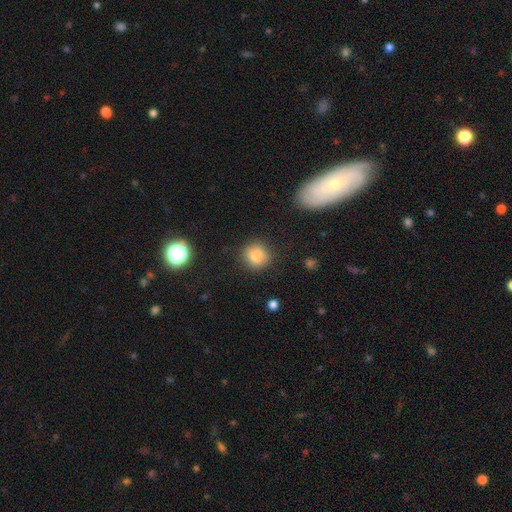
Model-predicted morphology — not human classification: A smooth galaxy with no disk features (82%) that is round (87%). Merging: none (81%).